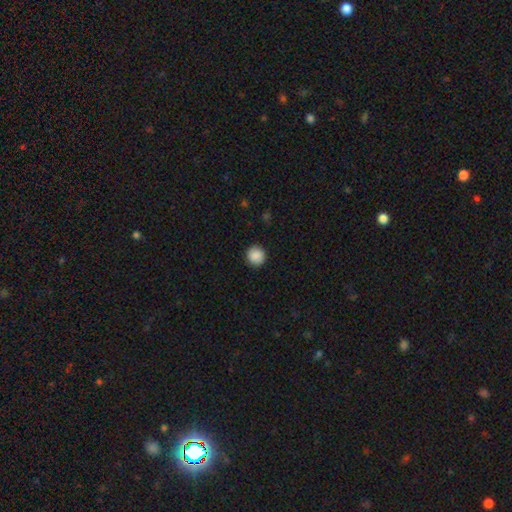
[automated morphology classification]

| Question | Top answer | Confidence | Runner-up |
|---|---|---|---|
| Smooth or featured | smooth | 89% | star or artifact (8%) |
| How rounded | round | 95% | in between (4%) |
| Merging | none | 92% | minor disturbance (5%) |